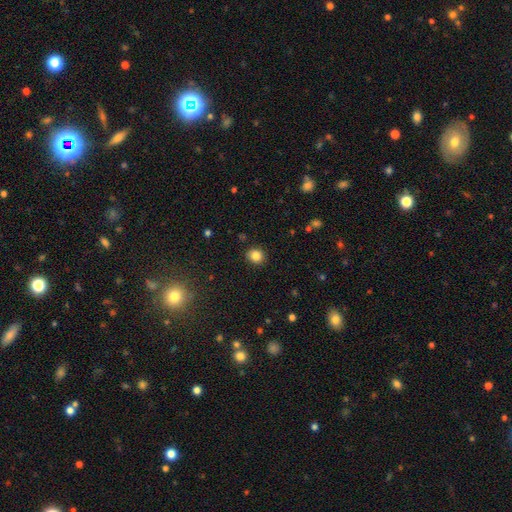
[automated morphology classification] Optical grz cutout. It shows a smooth galaxy with no disk features (84%) that is round (79%). Merging: none (90%).